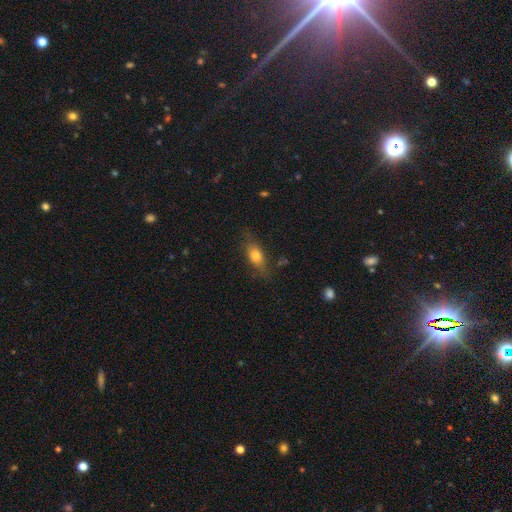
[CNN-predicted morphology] smooth-or-featured: smooth: 72% | featured or disk: 19% | star or artifact: 9%
  how-rounded: in between: 72% | cigar-shaped: 17% | round: 11%
  merging: none: 70% | minor disturbance: 20% | major disturbance: 7% | merger: 2%